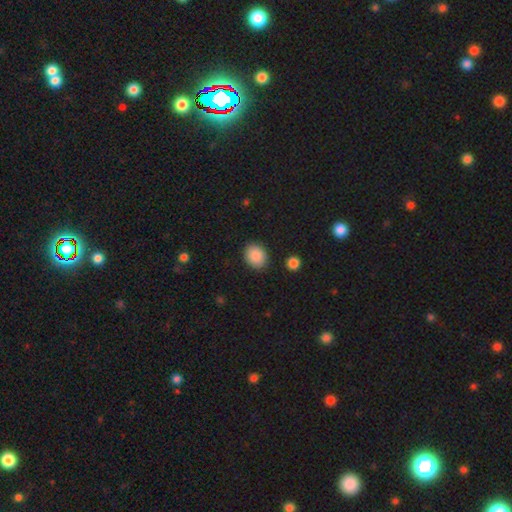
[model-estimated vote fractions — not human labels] Smooth or featured? smooth (89%)
How rounded? round (51%)
Merging? none (88%)